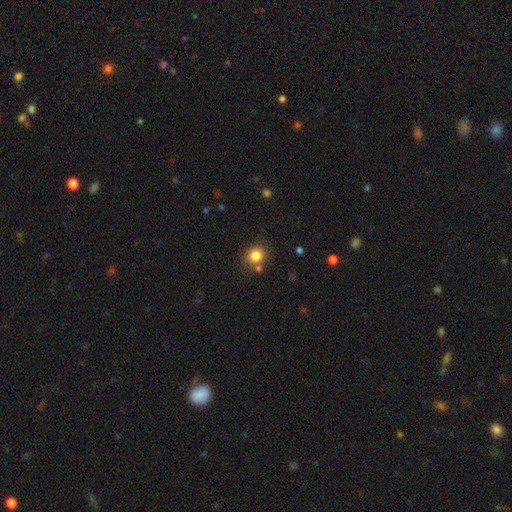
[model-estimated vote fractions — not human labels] Smooth or featured?
  - smooth: 83% *
  - star or artifact: 11%
  - featured or disk: 5%
How rounded?
  - round: 84% *
  - in between: 15%
  - cigar-shaped: 1%
Merging?
  - none: 75% *
  - minor disturbance: 11%
  - merger: 10%
  - major disturbance: 4%